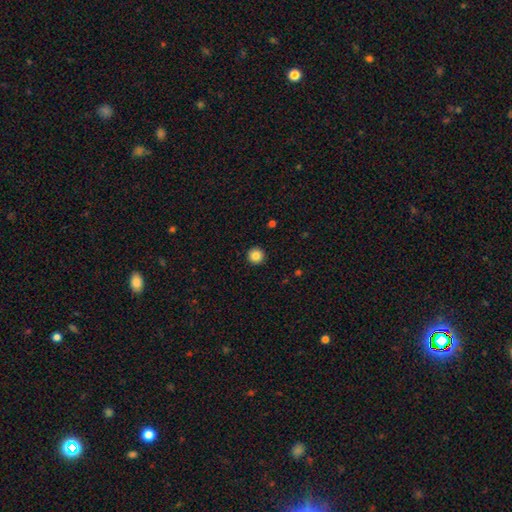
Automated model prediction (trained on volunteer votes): smooth-or-featured: smooth: 85% | star or artifact: 10% | featured or disk: 5%
  how-rounded: round: 96% | in between: 3% | cigar-shaped: 1%
  merging: none: 93% | minor disturbance: 4% | major disturbance: 1% | merger: 1%